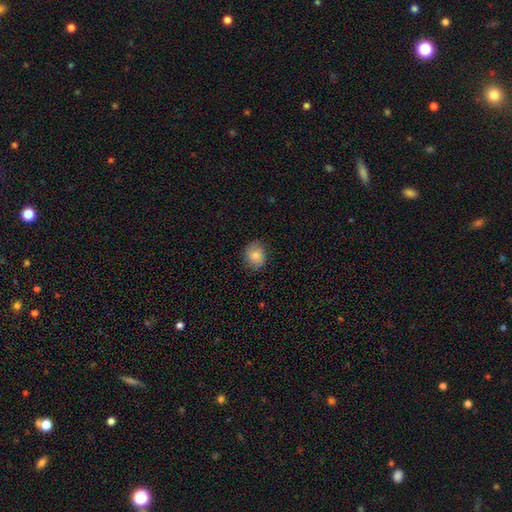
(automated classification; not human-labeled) Smooth or featured?
  - smooth: 82% *
  - star or artifact: 9%
  - featured or disk: 9%
How rounded?
  - round: 58% *
  - in between: 41%
  - cigar-shaped: 1%
Merging?
  - none: 80% *
  - minor disturbance: 15%
  - major disturbance: 3%
  - merger: 1%